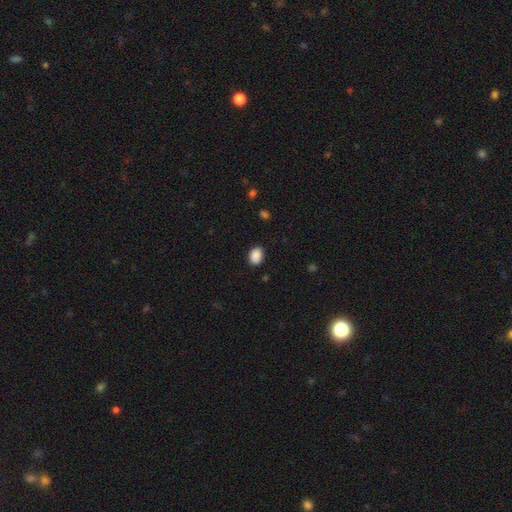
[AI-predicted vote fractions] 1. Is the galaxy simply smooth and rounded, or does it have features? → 89% smooth, 8% star or artifact, 3% featured or disk.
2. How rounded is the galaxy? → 71% in between, 28% round, 1% cigar-shaped.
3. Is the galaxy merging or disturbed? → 85% none, 11% minor disturbance, 2% major disturbance, 1% merger.